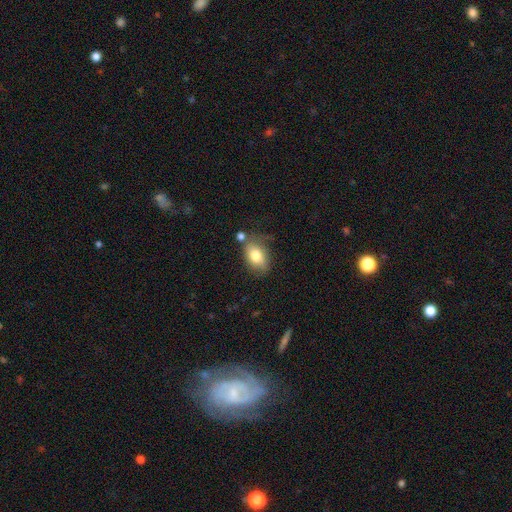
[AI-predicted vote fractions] A smooth galaxy with no disk features (79%) that is in between round and cigar-shaped (84%).

Vote fractions:
- Smooth or featured? smooth: 79% / featured or disk: 13% / star or artifact: 8%
- How rounded? in between: 84% / round: 15% / cigar-shaped: 2%
- Merging? none: 62% / minor disturbance: 22% / merger: 9% / major disturbance: 7%